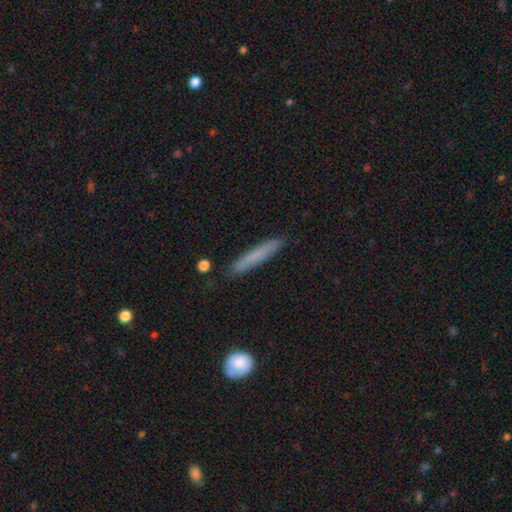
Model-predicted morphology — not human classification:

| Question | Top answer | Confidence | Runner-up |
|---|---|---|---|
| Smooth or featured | smooth | 71% | featured or disk (21%) |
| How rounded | cigar-shaped | 94% | in between (4%) |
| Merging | none | 87% | minor disturbance (9%) |